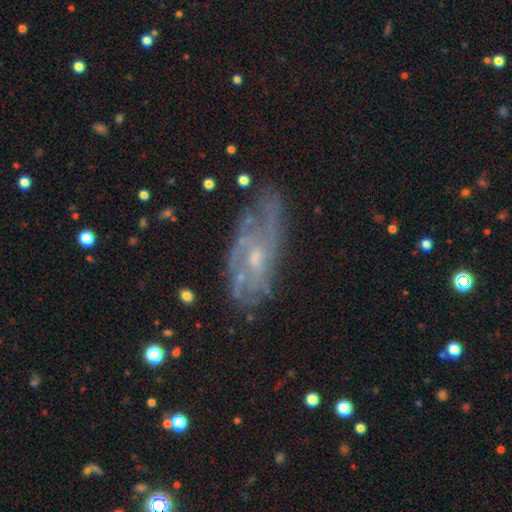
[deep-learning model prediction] smooth_or_featured: featured or disk (p=0.74) [alt: smooth p=0.18]
disk_edge_on: no (p=0.90) [alt: yes p=0.10]
bar: no (p=0.66) [alt: weak p=0.30]
has_spiral_arms: yes (p=0.73) [alt: no p=0.27]
bulge_size: small (p=0.56) [alt: moderate p=0.33]
merging: none (p=0.56) [alt: minor disturbance p=0.25]